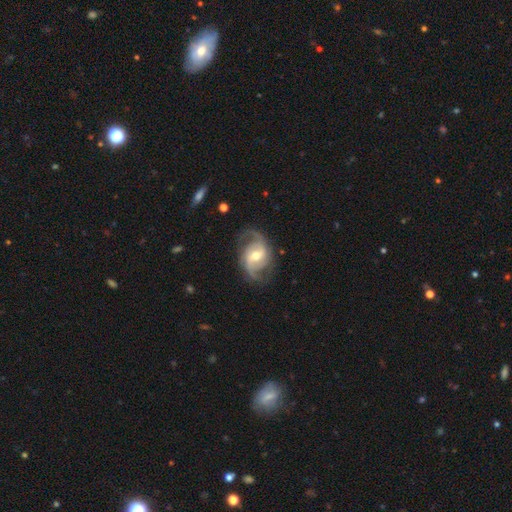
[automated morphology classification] Smooth or featured?
  - featured or disk: 87% *
  - smooth: 8%
  - star or artifact: 5%
Edge-on disk?
  - no: 97% *
  - yes: 3%
Bar?
  - weak: 50% *
  - no: 30%
  - strong: 20%
Spiral arms?
  - yes: 96% *
  - no: 4%
Spiral winding?
  - medium: 47% *
  - loose: 36%
  - tight: 17%
Spiral arm count?
  - 2: 85% *
  - can't tell: 5%
  - 3: 4%
  - 1: 2%
  - 4: 2%
  - more than 4: 1%
Bulge size?
  - moderate: 68% *
  - small: 24%
  - large: 6%
  - none: 1%
  - dominant: 1%
Merging?
  - none: 73% *
  - minor disturbance: 16%
  - major disturbance: 9%
  - merger: 1%